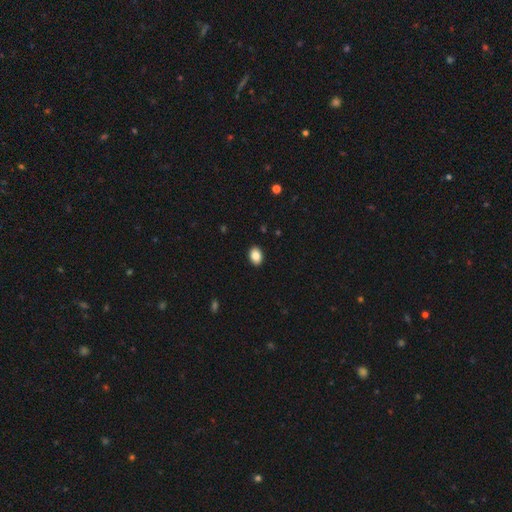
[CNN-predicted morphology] type=smooth (87%); roundness=in between (78%); merging=none (91%).